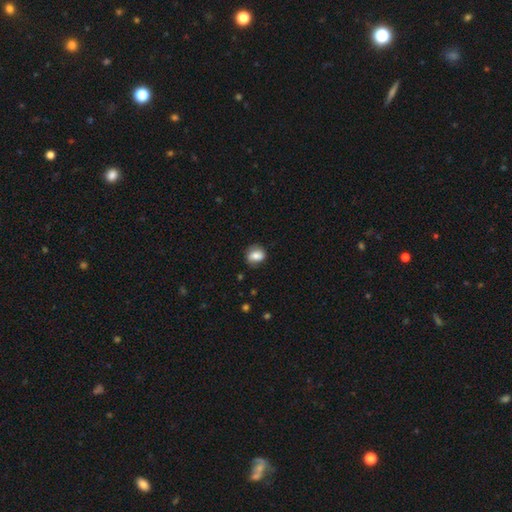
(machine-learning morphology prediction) smooth_or_featured: smooth (p=0.74) [alt: featured or disk p=0.18]
how_rounded: round (p=0.54) [alt: in between p=0.44]
merging: none (p=0.75) [alt: minor disturbance p=0.18]